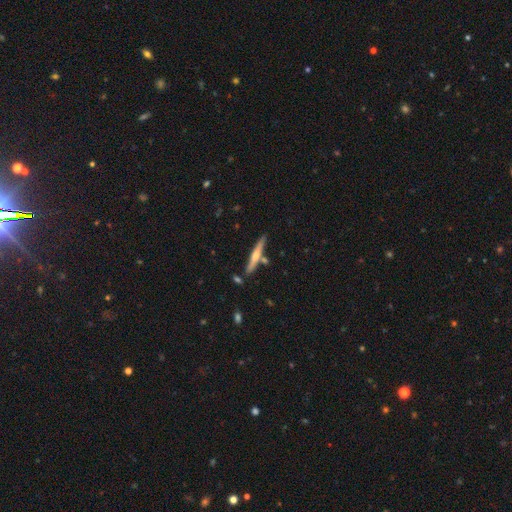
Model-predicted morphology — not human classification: Smooth or featured?
  - featured or disk: 50% *
  - smooth: 44%
  - star or artifact: 6%
Merging?
  - none: 80% *
  - minor disturbance: 11%
  - merger: 7%
  - major disturbance: 2%